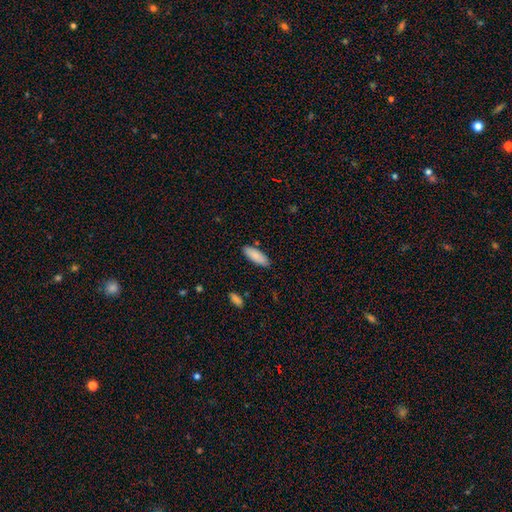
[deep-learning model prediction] Smooth or featured: smooth — 87% (featured or disk — 7%)
How rounded: in between — 71% (cigar-shaped — 27%)
Merging: none — 87% (minor disturbance — 10%)